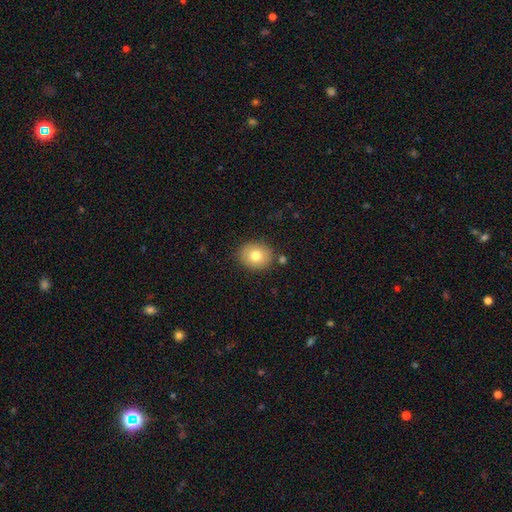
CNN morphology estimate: The model was most divided on "how rounded": round: 66%, in between: 34%, cigar-shaped: 1%. More confident: merging — none (83%); smooth or featured — smooth (77%).